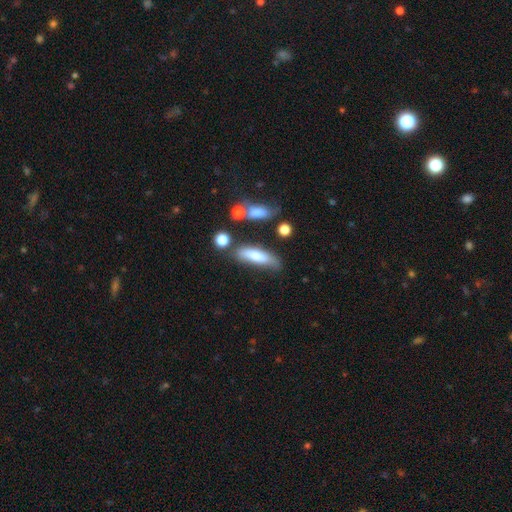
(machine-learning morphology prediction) smooth 71%, featured or disk 22%, star or artifact 7%. Down the decision tree: how rounded — cigar-shaped (58%); merging — none (62%).